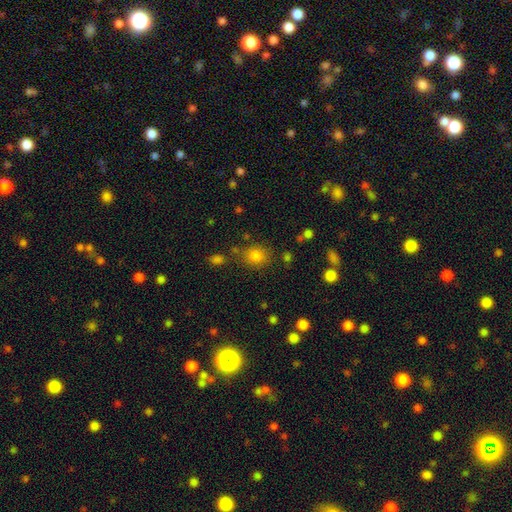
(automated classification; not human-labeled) This appears to be a smooth galaxy with no disk features (81%) that is round (69%). Merging: none (75%).